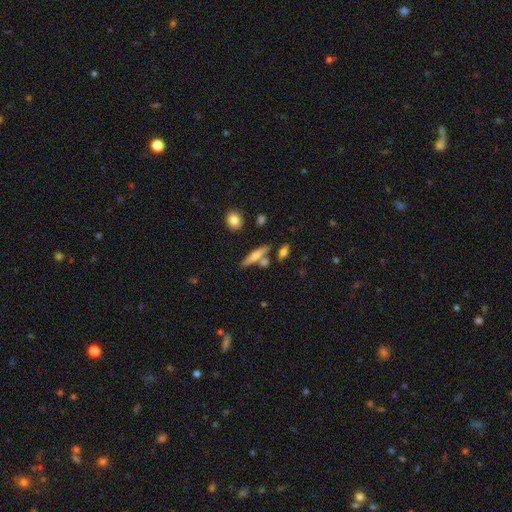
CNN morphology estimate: smooth 53%, featured or disk 39%, star or artifact 8%. Down the decision tree: how rounded — cigar-shaped (75%); merging — none (66%).